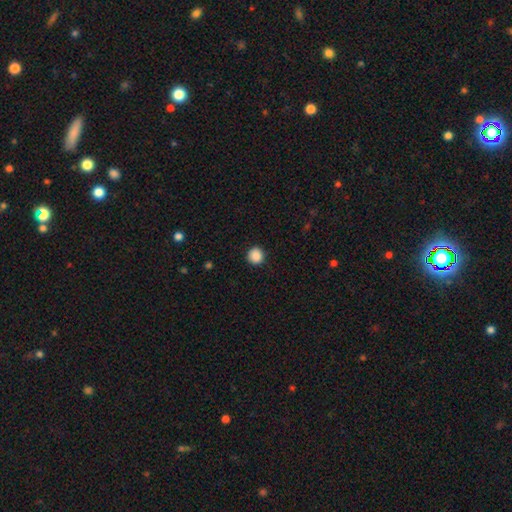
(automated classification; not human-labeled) smooth 89%, star or artifact 9%, featured or disk 2%. Down the decision tree: how rounded — round (93%); merging — none (91%).